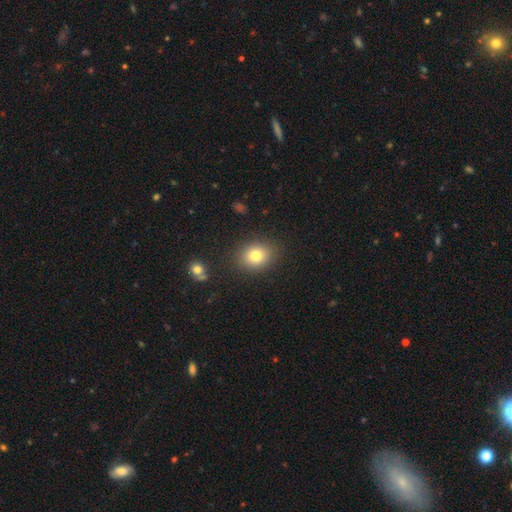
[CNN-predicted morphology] type=smooth (79%); roundness=round (53%); merging=none (86%).